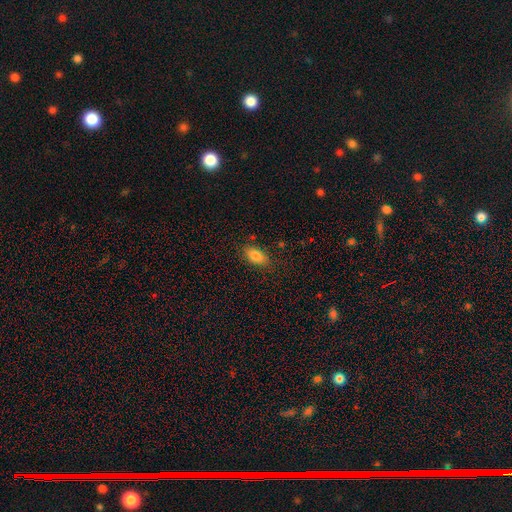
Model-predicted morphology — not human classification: Smooth or featured? Predicted: smooth (p=0.84). How rounded? Predicted: in between (p=0.90). Merging? Predicted: none (p=0.82).